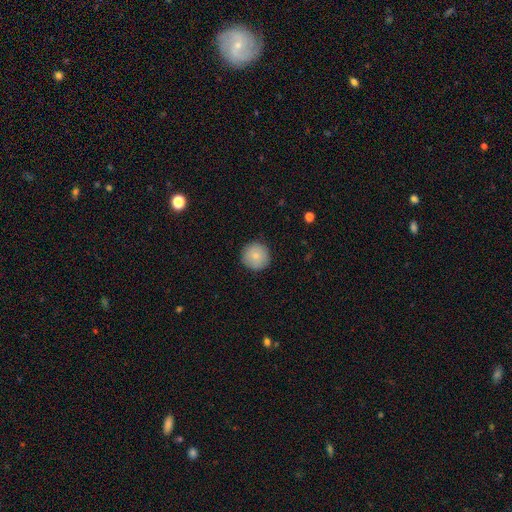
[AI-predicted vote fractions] A smooth galaxy with no disk features (82%) that is round (95%). Merging: none (90%).